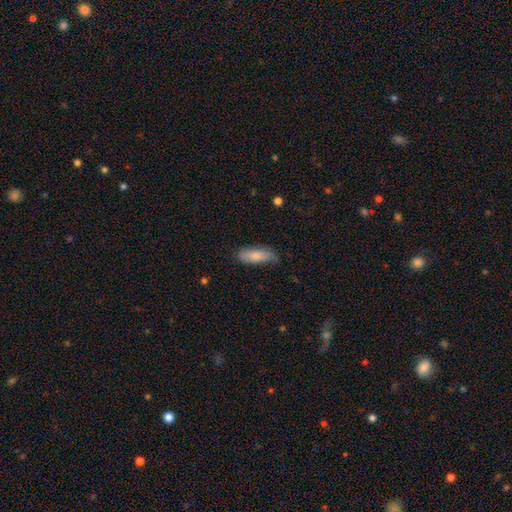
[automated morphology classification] type=smooth (79%); roundness=in between (60%); merging=none (68%).